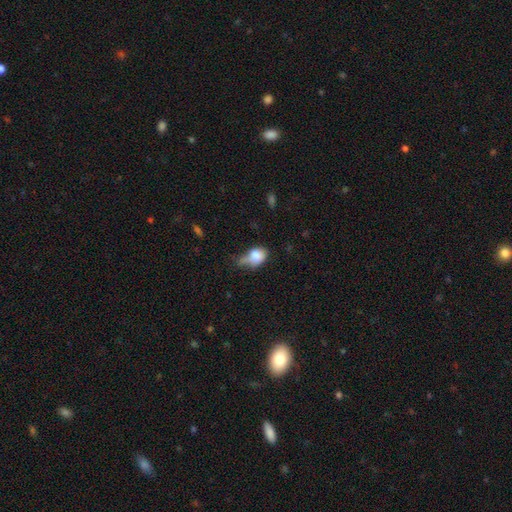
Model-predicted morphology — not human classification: A smooth galaxy with no disk features (76%) that is in between round and cigar-shaped (69%).

Vote fractions:
- Smooth or featured? smooth: 76% / featured or disk: 15% / star or artifact: 9%
- How rounded? in between: 69% / round: 28% / cigar-shaped: 2%
- Merging? minor disturbance: 39% / none: 24% / major disturbance: 24% / merger: 13%